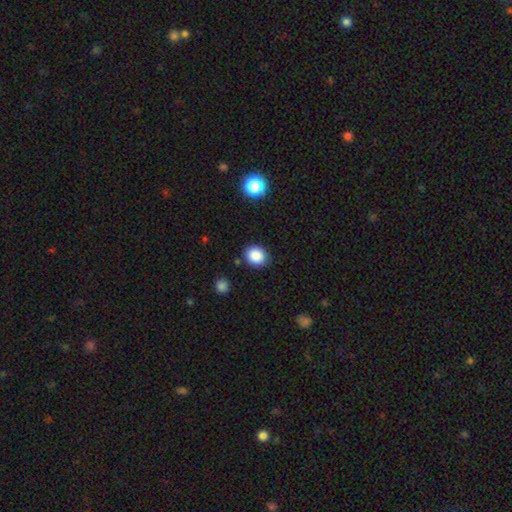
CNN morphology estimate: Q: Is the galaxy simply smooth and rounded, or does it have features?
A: smooth — 87%.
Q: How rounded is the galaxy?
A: round — 71%.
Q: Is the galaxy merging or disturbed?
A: none — 85%.